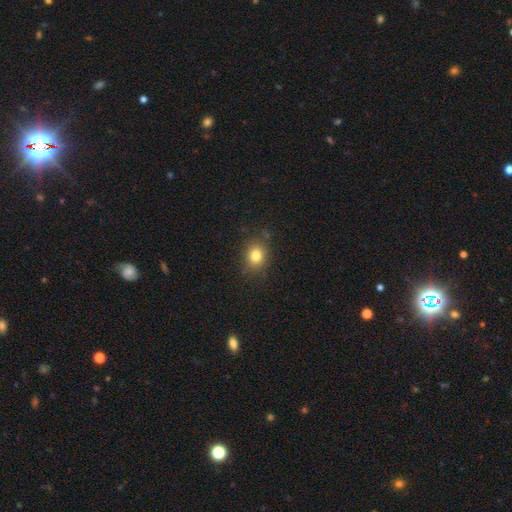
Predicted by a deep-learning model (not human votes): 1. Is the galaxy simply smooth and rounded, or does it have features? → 81% smooth, 12% star or artifact, 7% featured or disk.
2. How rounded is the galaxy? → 61% round, 38% in between, 1% cigar-shaped.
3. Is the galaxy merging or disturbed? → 82% none, 12% minor disturbance, 4% major disturbance, 2% merger.